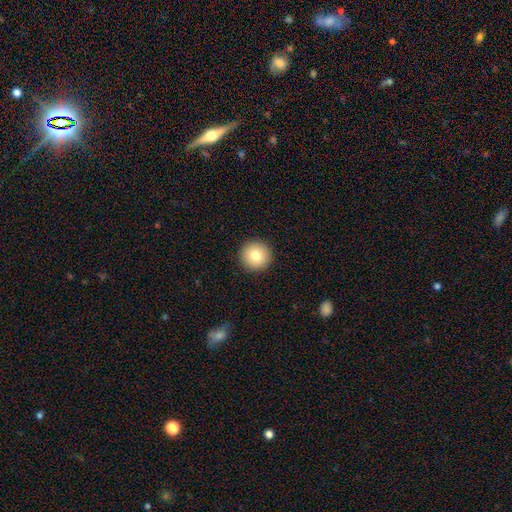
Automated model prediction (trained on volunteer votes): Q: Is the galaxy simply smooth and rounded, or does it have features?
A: smooth — 80%.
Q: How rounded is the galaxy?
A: round — 96%.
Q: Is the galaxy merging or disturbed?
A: none — 93%.